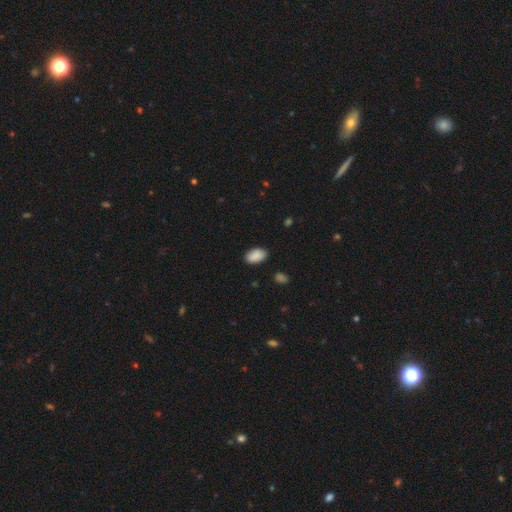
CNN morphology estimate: Q: Smooth or featured?
A: smooth (90%); runner-up: star or artifact (7%)
Q: How rounded?
A: in between (93%); runner-up: round (6%)
Q: Merging?
A: none (85%); runner-up: minor disturbance (11%)